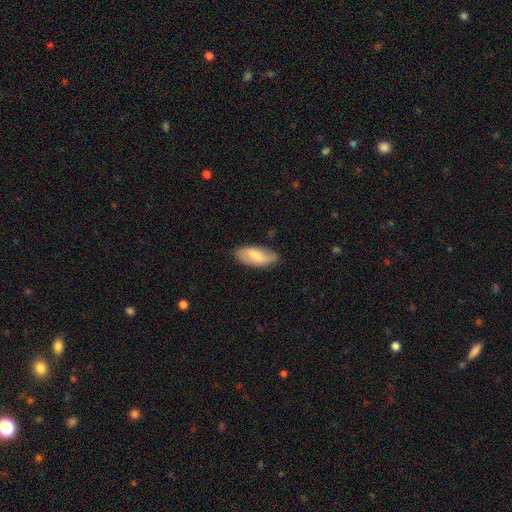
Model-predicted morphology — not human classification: A smooth galaxy with no disk features (59%) that is in between round and cigar-shaped (88%). Merging: none (79%).